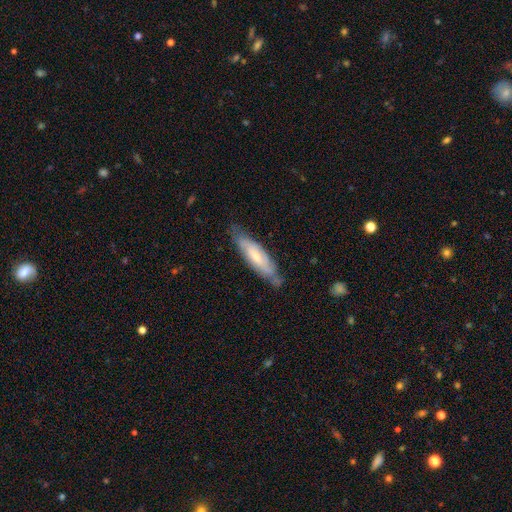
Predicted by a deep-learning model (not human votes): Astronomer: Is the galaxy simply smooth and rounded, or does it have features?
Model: featured or disk — 55% (runner-up: smooth, 39%).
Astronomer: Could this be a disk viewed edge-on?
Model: no — 60% (runner-up: yes, 40%).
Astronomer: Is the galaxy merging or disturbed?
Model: none — 71%.